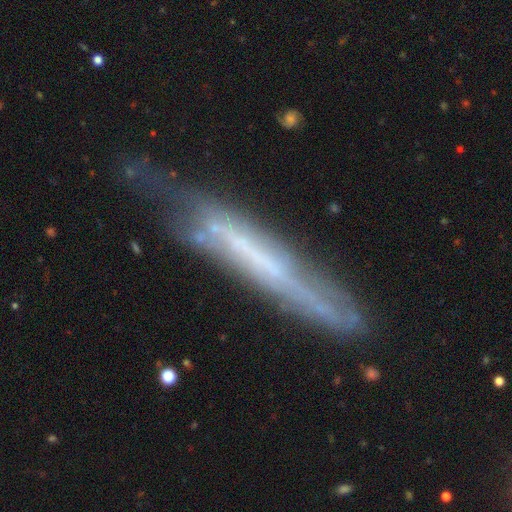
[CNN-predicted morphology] This appears to be a featured or disk galaxy (66%) viewed edge-on (74%). Merging: none (54%).